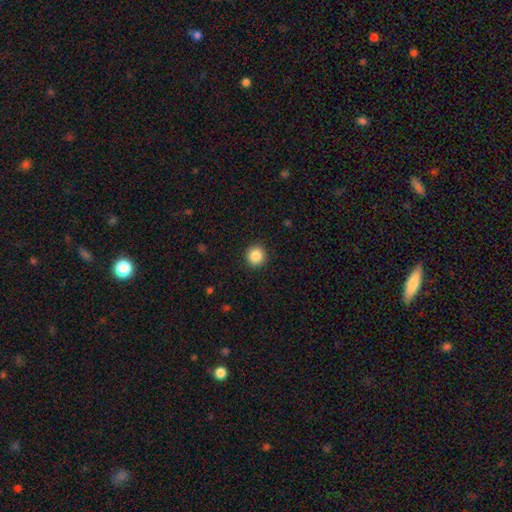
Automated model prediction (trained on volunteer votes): This is clearly a smooth galaxy (87%). How rounded: clearly round (93%). Merging: clearly none (92%).